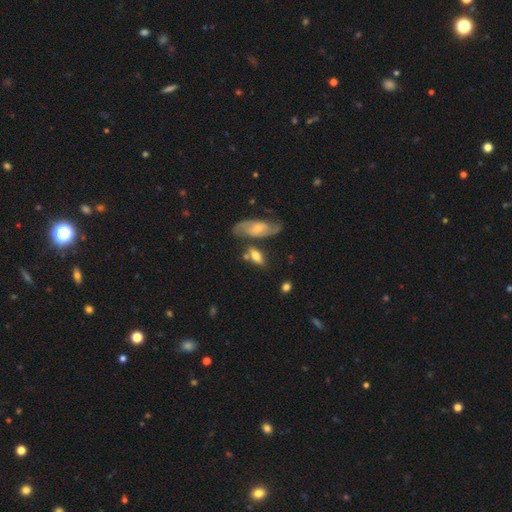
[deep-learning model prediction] smooth-or-featured: smooth: 61% | featured or disk: 31% | star or artifact: 8%
  how-rounded: in between: 76% | cigar-shaped: 15% | round: 9%
  merging: none: 56% | merger: 20% | minor disturbance: 17% | major disturbance: 7%